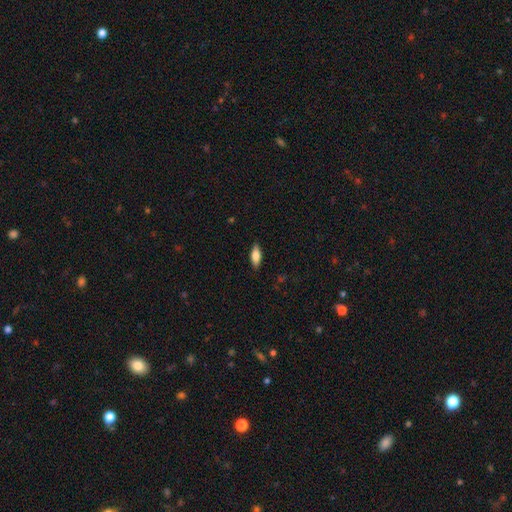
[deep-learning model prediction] Smooth or featured?
  - smooth: 75% *
  - featured or disk: 18%
  - star or artifact: 6%
How rounded?
  - in between: 72% *
  - cigar-shaped: 25%
  - round: 2%
Merging?
  - none: 87% *
  - minor disturbance: 10%
  - major disturbance: 2%
  - merger: 1%